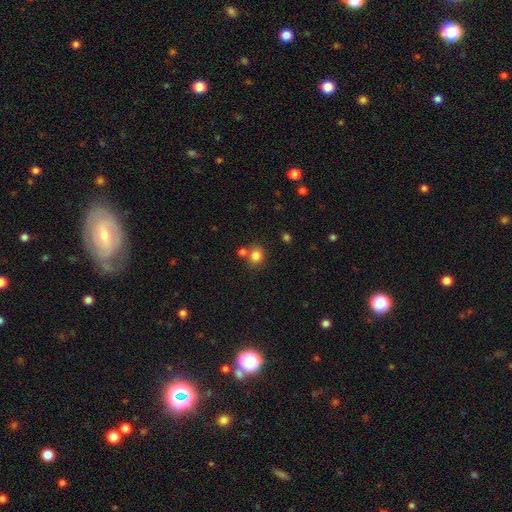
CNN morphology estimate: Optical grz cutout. It shows a smooth galaxy with no disk features (82%) that is round (79%). Merging: none (68%).